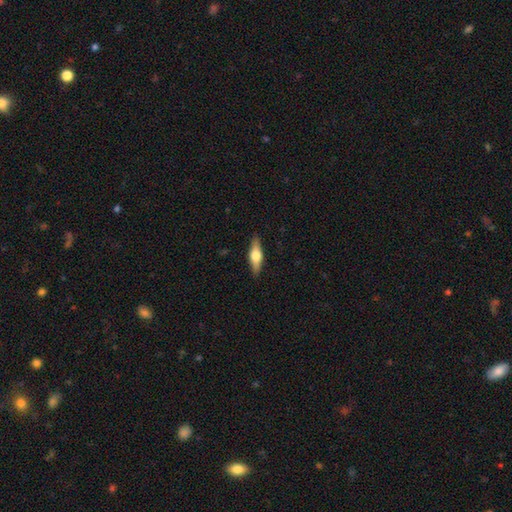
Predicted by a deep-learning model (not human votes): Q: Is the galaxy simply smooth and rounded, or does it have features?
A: featured or disk — 53%.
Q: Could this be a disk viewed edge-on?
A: yes — 94%.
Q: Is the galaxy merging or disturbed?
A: none — 89%.